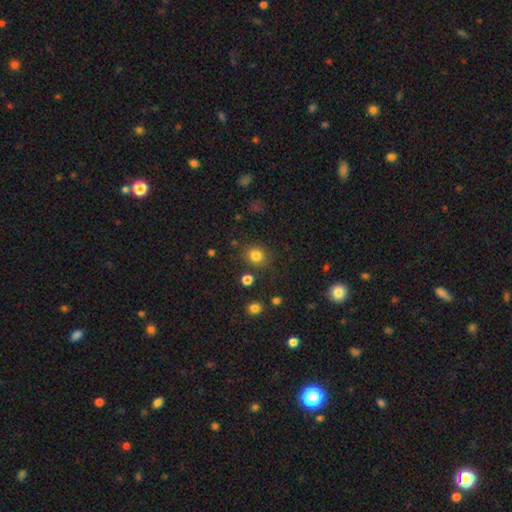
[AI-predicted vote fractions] Smooth or featured? smooth (82%)
How rounded? round (83%)
Merging? none (82%)